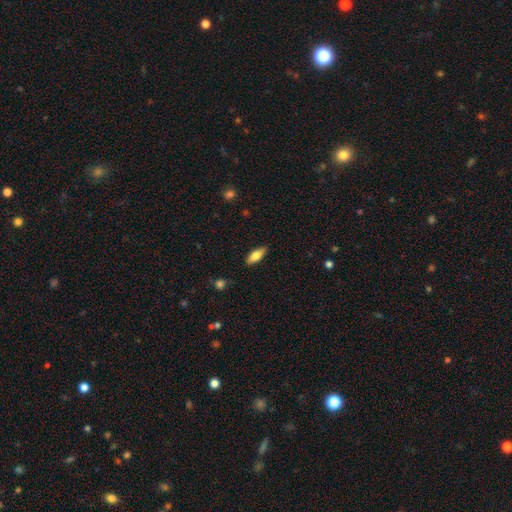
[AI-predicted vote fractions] A smooth galaxy with no disk features (70%) that is in between round and cigar-shaped (69%).

Vote fractions:
- Smooth or featured? smooth: 70% / featured or disk: 24% / star or artifact: 6%
- How rounded? in between: 69% / cigar-shaped: 29% / round: 2%
- Merging? none: 87% / minor disturbance: 10% / major disturbance: 2% / merger: 1%